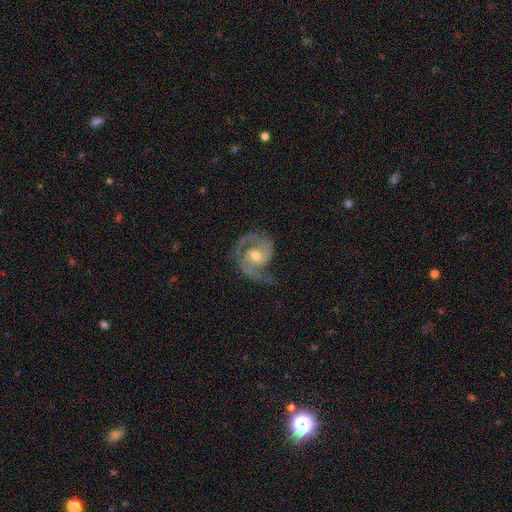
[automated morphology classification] A featured or disk galaxy (89%) with no bar (58%), 2 (82%) medium (50%) spiral arms (97%) and a moderate central bulge (68%).

Vote fractions:
- Smooth or featured? featured or disk: 89% / smooth: 7% / star or artifact: 5%
- Edge-on disk? no: 98% / yes: 2%
- Bar? no: 58% / weak: 34% / strong: 8%
- Spiral arms? yes: 97% / no: 3%
- Spiral winding? medium: 50% / tight: 33% / loose: 18%
- Spiral arm count? 2: 82% / 1: 7% / can't tell: 4% / 3: 4% / 4: 1% / more than 4: 1%
- Bulge size? moderate: 68% / small: 27% / large: 4% / none: 1% / dominant: 1%
- Merging? none: 61% / minor disturbance: 22% / major disturbance: 16% / merger: 2%